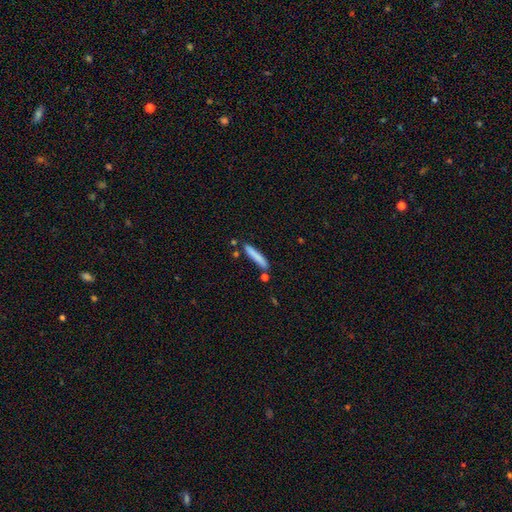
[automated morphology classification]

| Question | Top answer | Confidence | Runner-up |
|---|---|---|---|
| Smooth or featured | smooth | 81% | featured or disk (13%) |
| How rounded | cigar-shaped | 92% | in between (7%) |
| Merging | none | 80% | minor disturbance (11%) |